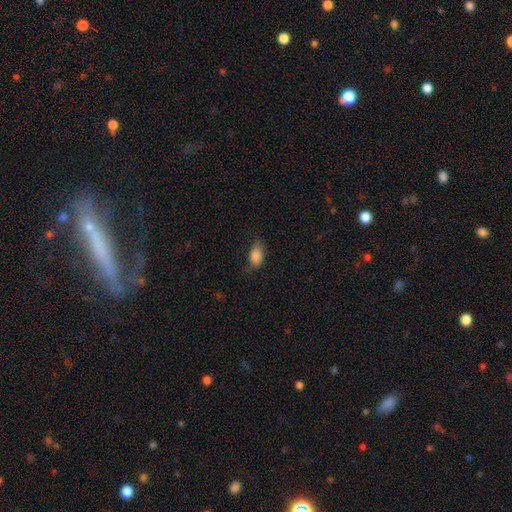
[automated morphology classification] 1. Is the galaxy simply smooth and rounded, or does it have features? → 86% smooth, 8% star or artifact, 6% featured or disk.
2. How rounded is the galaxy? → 90% in between, 8% round, 2% cigar-shaped.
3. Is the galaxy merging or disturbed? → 62% none, 28% minor disturbance, 9% major disturbance, 1% merger.